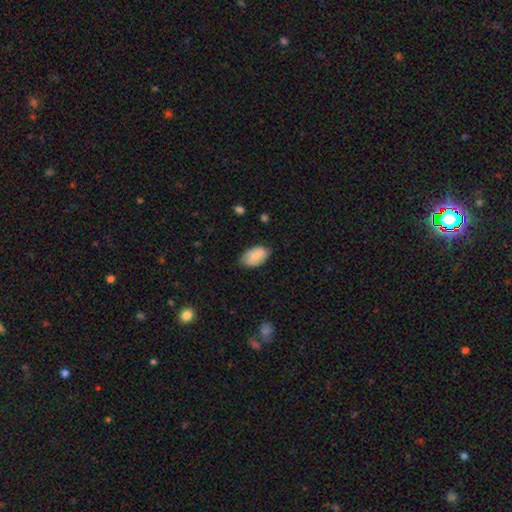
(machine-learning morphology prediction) type=smooth (73%); roundness=in between (93%); merging=none (72%).